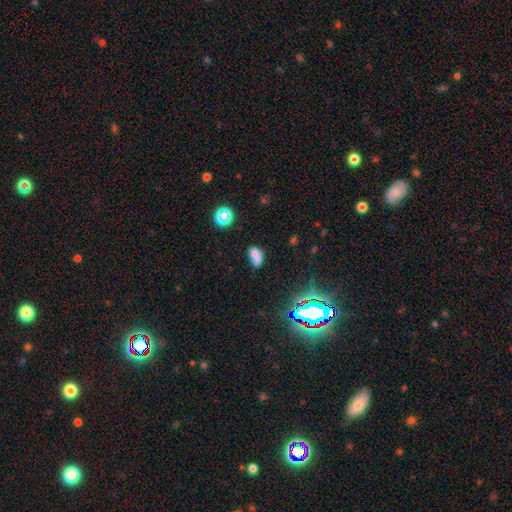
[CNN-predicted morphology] smooth 64%, featured or disk 19%, star or artifact 17%. Down the decision tree: how rounded — in between (70%); merging — merger (56%).